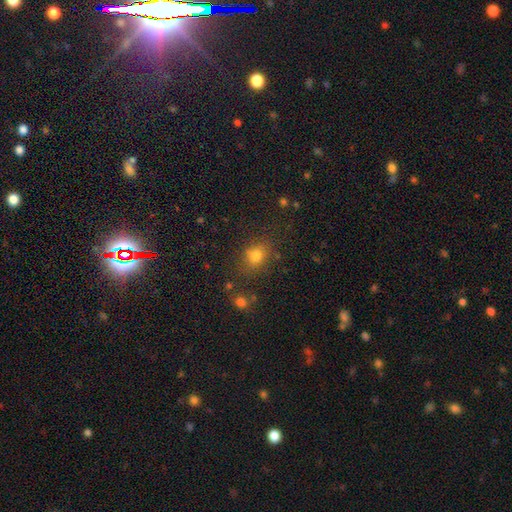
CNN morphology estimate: Smooth or featured? smooth (76%)
How rounded? round (52%)
Merging? none (76%)